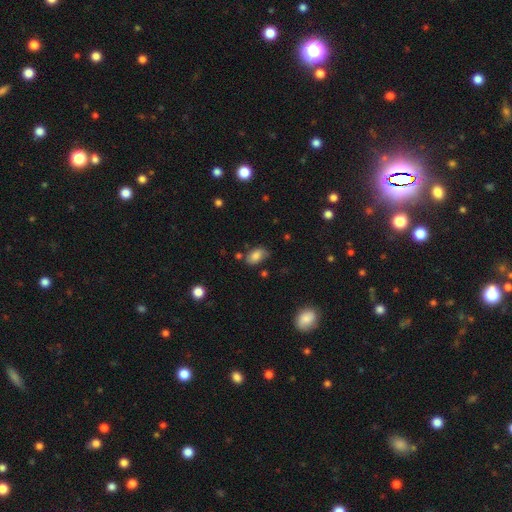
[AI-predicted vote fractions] smooth-or-featured: smooth: 80% | featured or disk: 10% | star or artifact: 10%
  how-rounded: in between: 90% | round: 8% | cigar-shaped: 2%
  merging: none: 68% | minor disturbance: 22% | major disturbance: 5% | merger: 5%